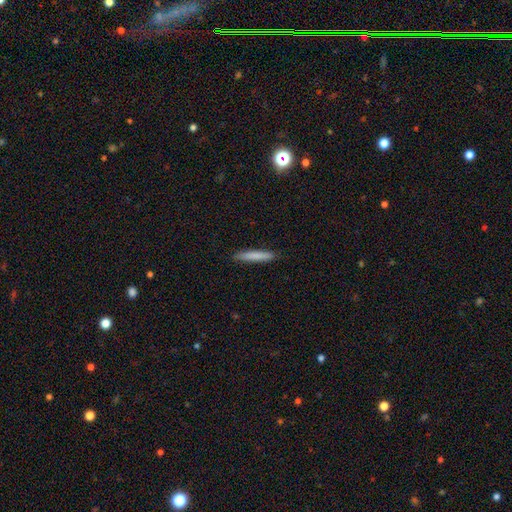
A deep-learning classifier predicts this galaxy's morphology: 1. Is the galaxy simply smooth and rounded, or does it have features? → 79% smooth, 15% featured or disk, 6% star or artifact.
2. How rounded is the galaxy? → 94% cigar-shaped, 5% in between, 1% round.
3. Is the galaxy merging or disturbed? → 90% none, 8% minor disturbance, 2% major disturbance, 1% merger.